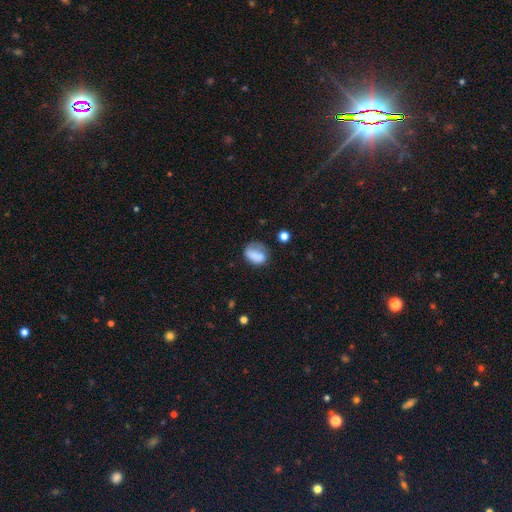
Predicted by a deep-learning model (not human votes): Morphology: type=smooth (77%); roundness=in between (68%); merging=none (46%).